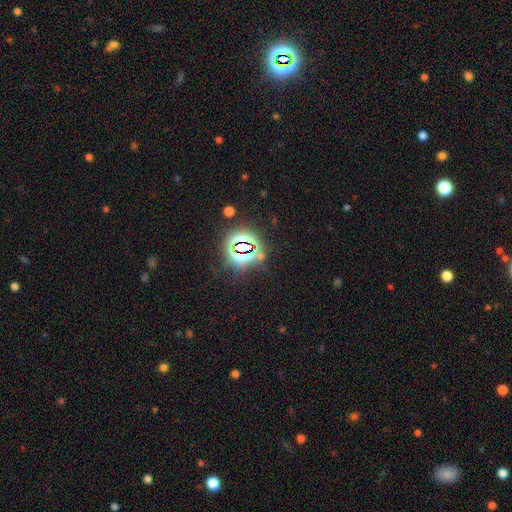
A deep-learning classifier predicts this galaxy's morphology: star or artifact 80%, smooth 11%, featured or disk 8%.